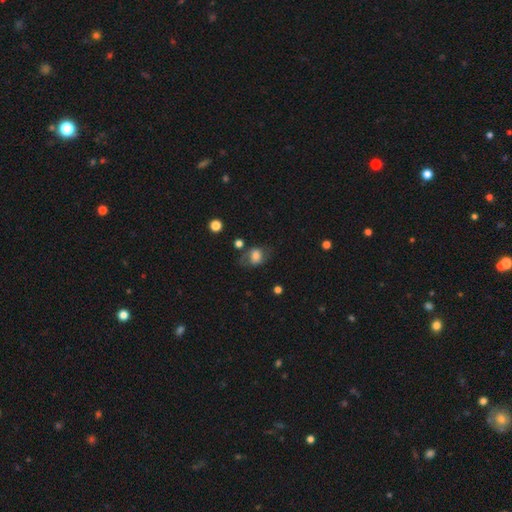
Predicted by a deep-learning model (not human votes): Morphology: type=smooth (62%); roundness=in between (59%); merging=none (52%).